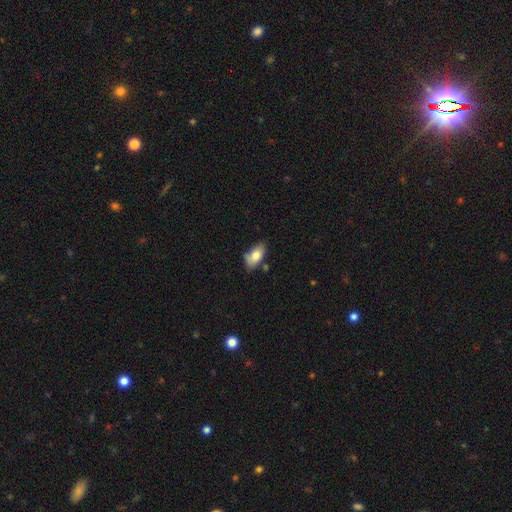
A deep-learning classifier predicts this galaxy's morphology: smooth_or_featured: smooth (p=0.78) [alt: featured or disk p=0.15]
how_rounded: in between (p=0.92) [alt: round p=0.04]
merging: none (p=0.60) [alt: minor disturbance p=0.28]